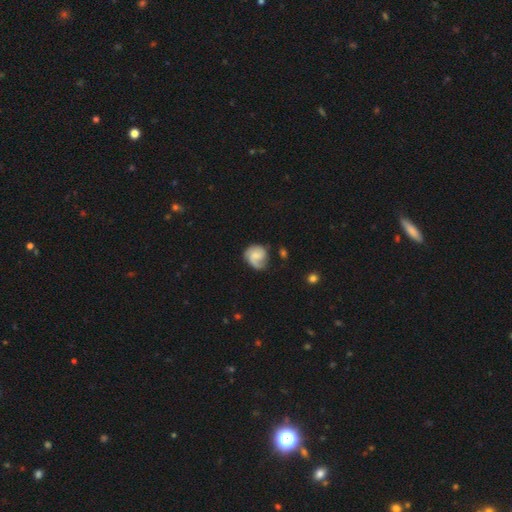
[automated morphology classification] smooth-or-featured: featured or disk: 58% | smooth: 35% | star or artifact: 7%
  disk-edge-on: no: 98% | yes: 2%
    bar: no: 58% | weak: 36% | strong: 6%
    has-spiral-arms: yes: 90% | no: 10%
      spiral-winding: medium: 41% | tight: 32% | loose: 28%
      spiral-arm-count: 2: 43% (tied) | 1: 43% (tied) | can't tell: 10% | 3: 3% | 4: 1% | more than 4: 1%
    bulge-size: small: 42% | moderate: 29% | none: 22% | large: 5% | dominant: 2%
  merging: none: 55% | minor disturbance: 27% | major disturbance: 15% | merger: 3%